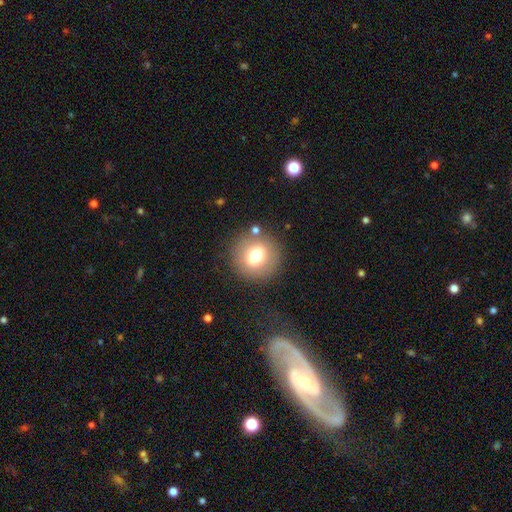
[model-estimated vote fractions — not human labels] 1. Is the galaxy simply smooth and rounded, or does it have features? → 71% smooth, 18% featured or disk, 11% star or artifact.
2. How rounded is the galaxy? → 90% round, 9% in between, 1% cigar-shaped.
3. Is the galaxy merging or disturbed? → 83% none, 9% minor disturbance, 4% major disturbance, 4% merger.